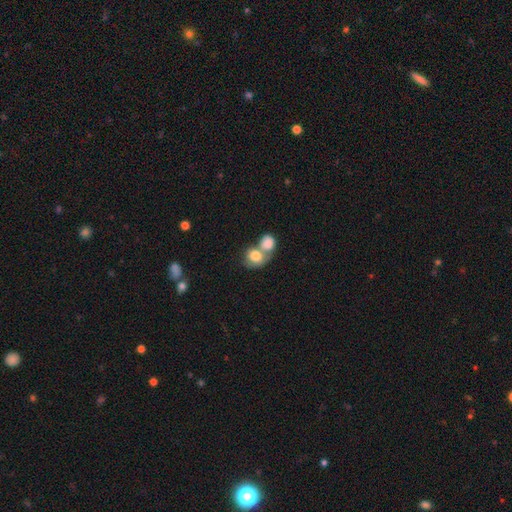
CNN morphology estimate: A smooth galaxy with no disk features (79%) that is round (62%). Merging: merger (67%).